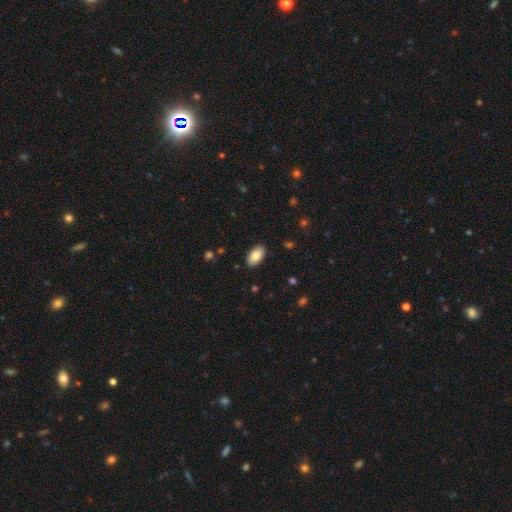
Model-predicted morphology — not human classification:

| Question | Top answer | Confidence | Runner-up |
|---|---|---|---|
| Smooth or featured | smooth | 83% | featured or disk (10%) |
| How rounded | in between | 95% | round (3%) |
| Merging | none | 89% | minor disturbance (8%) |